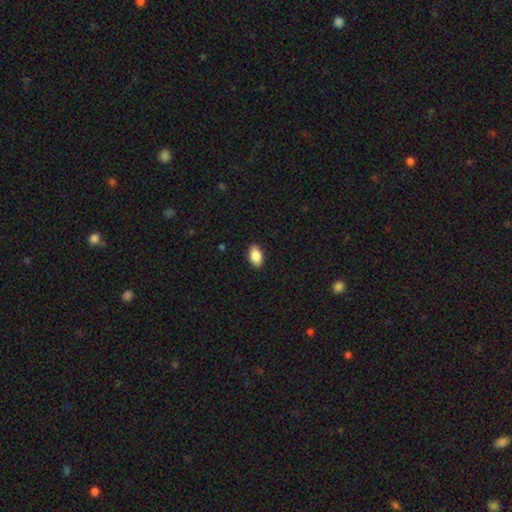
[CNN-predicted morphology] This appears to be a smooth galaxy with no disk features (88%) that is in between round and cigar-shaped (92%). Merging: none (88%).